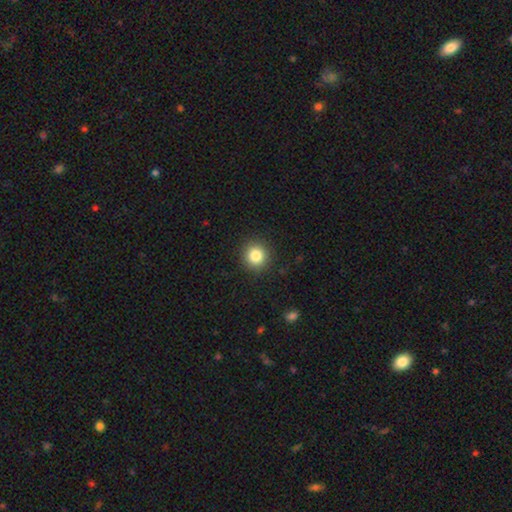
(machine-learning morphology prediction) A smooth galaxy with no disk features (84%) that is round (93%). Merging: none (91%).